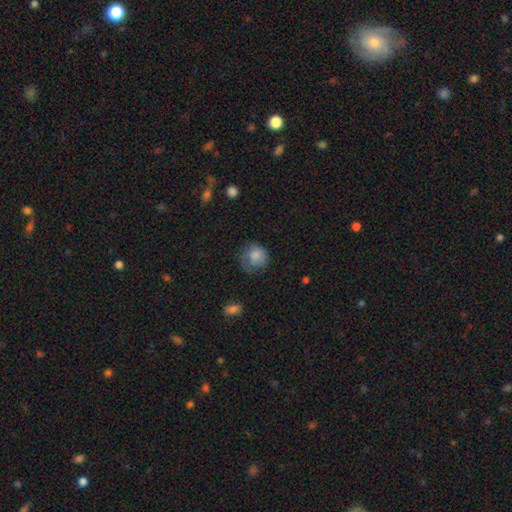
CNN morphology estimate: smooth-or-featured: smooth: 74% | featured or disk: 18% | star or artifact: 8%
  how-rounded: round: 79% | in between: 20% | cigar-shaped: 1%
  merging: none: 51% | minor disturbance: 28% | major disturbance: 19% | merger: 2%